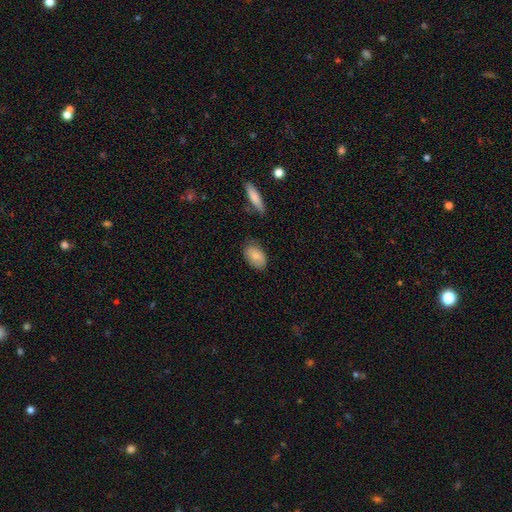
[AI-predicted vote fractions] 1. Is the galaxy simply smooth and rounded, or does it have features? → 78% smooth, 15% featured or disk, 7% star or artifact.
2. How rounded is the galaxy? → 90% in between, 8% round, 2% cigar-shaped.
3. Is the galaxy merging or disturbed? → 73% none, 20% minor disturbance, 4% major disturbance, 3% merger.